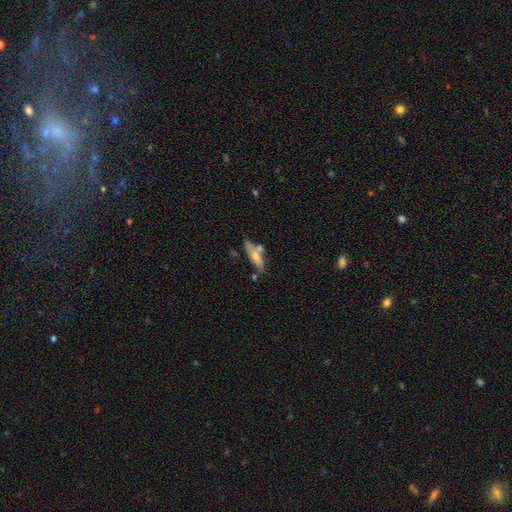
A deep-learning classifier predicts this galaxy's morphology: The model was most divided on "smooth or featured": smooth: 47%, featured or disk: 46%, star or artifact: 7%. More confident: merging — none (59%).